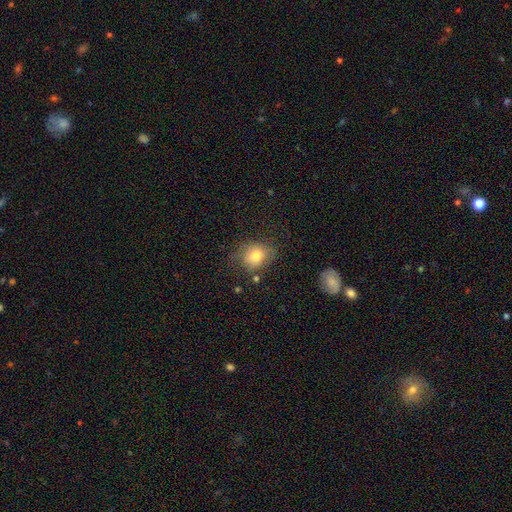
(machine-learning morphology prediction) A smooth galaxy with no disk features (76%) that is round (53%).

Vote fractions:
- Smooth or featured? smooth: 76% / featured or disk: 14% / star or artifact: 10%
- How rounded? round: 53% / in between: 46% / cigar-shaped: 1%
- Merging? none: 63% / minor disturbance: 24% / major disturbance: 9% / merger: 4%